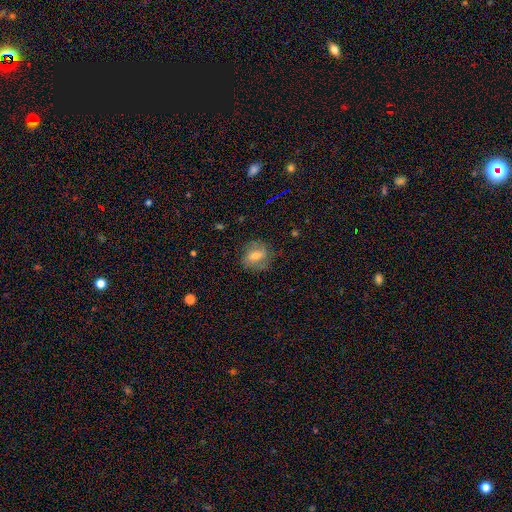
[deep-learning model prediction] This appears to be a smooth galaxy with no disk features (51%) that is round (59%). Merging: none (74%).